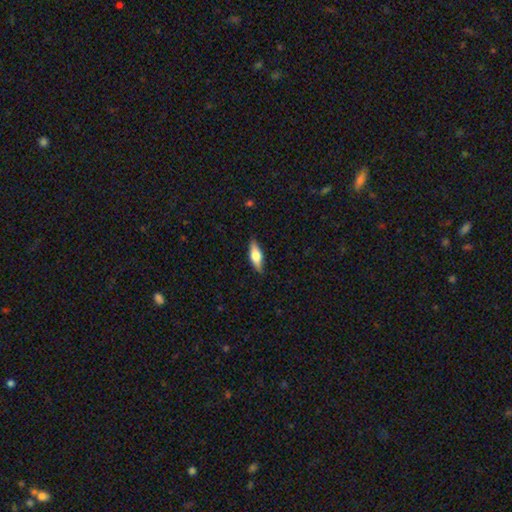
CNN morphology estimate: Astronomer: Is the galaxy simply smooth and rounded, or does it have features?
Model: smooth — 52% (runner-up: featured or disk, 42%).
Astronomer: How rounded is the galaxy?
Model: in between — 60% (runner-up: cigar-shaped, 37%).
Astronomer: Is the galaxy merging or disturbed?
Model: none — 86%.